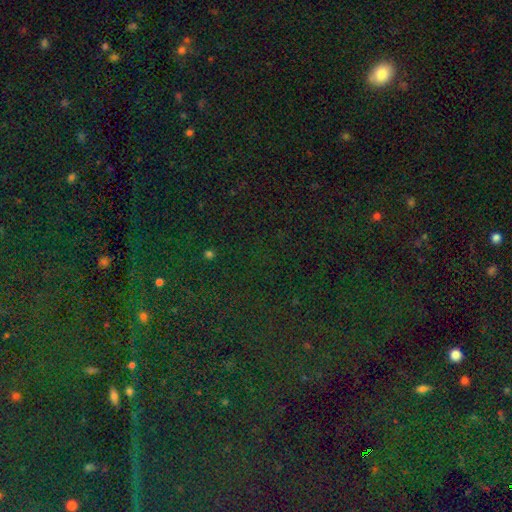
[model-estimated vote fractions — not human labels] A star or artifact, not a galaxy (80%).

Vote fractions:
- Smooth or featured? star or artifact: 80% / smooth: 12% / featured or disk: 7%